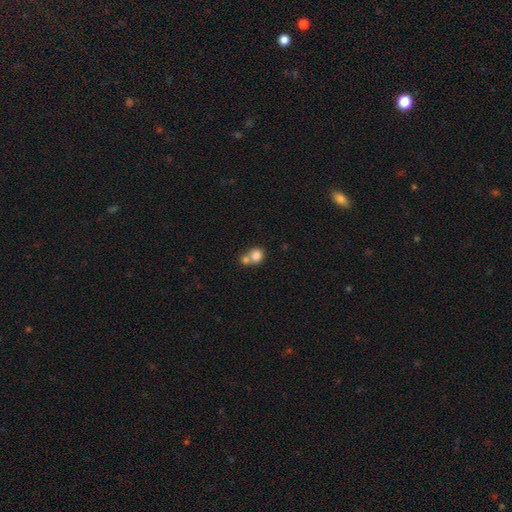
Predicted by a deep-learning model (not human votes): smooth-or-featured: smooth: 81% | featured or disk: 10% | star or artifact: 9%
  how-rounded: round: 74% | in between: 25% | cigar-shaped: 1%
  merging: merger: 53% | none: 37% | minor disturbance: 7% | major disturbance: 3%